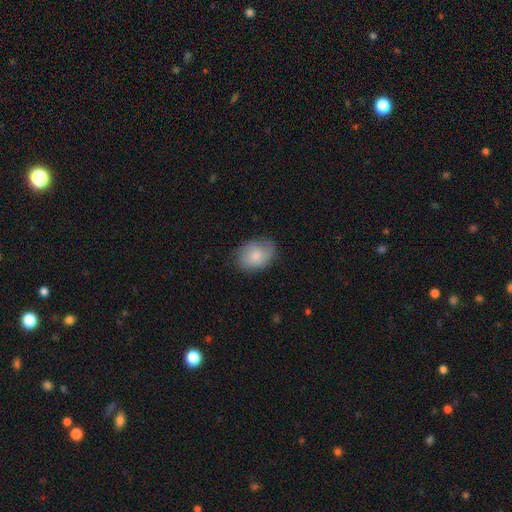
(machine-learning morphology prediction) Smooth or featured? Predicted: smooth (p=0.77). How rounded? Predicted: in between (p=0.74). Merging? Predicted: none (p=0.72).